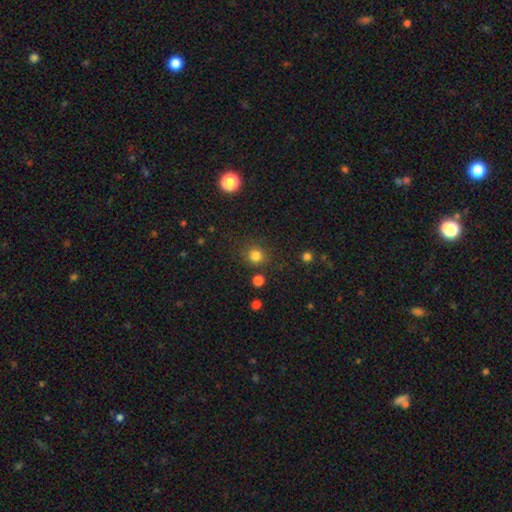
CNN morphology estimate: The model was most divided on "smooth or featured": smooth: 82%, star or artifact: 14%, featured or disk: 4%. More confident: how rounded — round (89%); merging — none (83%).